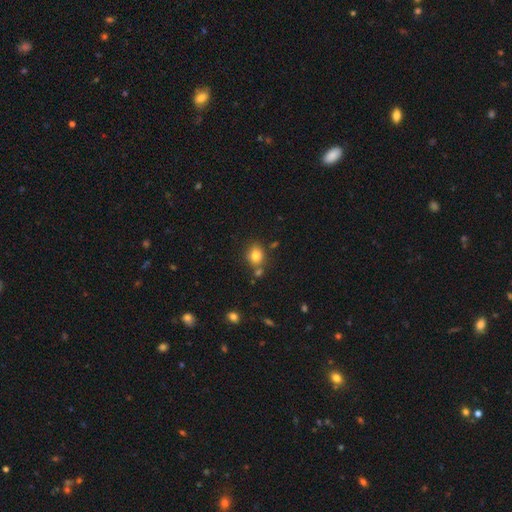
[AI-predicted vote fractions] A smooth galaxy with no disk features (80%) that is round (66%). Merging: none (71%).